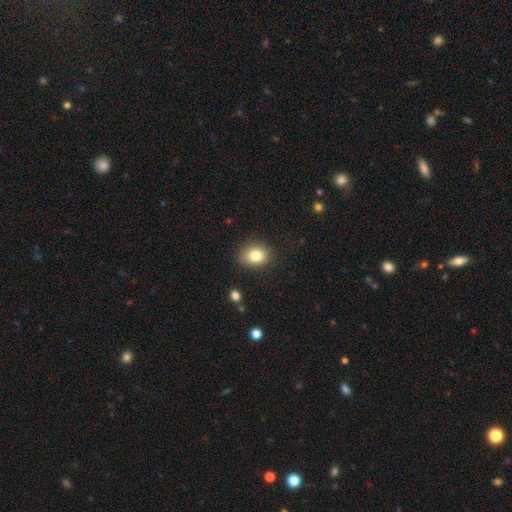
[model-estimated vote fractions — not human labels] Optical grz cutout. It shows a smooth galaxy with no disk features (82%) that is in between round and cigar-shaped (54%). Merging: none (83%).